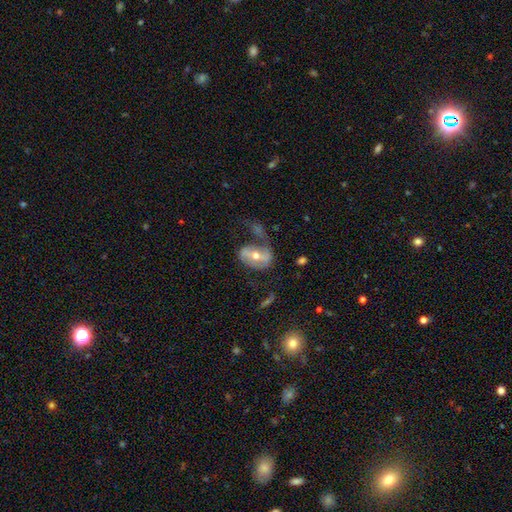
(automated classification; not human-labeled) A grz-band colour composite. It shows a featured or disk galaxy (64%) with a strong bar (50%), spiral arms (59%) and a moderate central bulge (66%). Merging: none (40%).